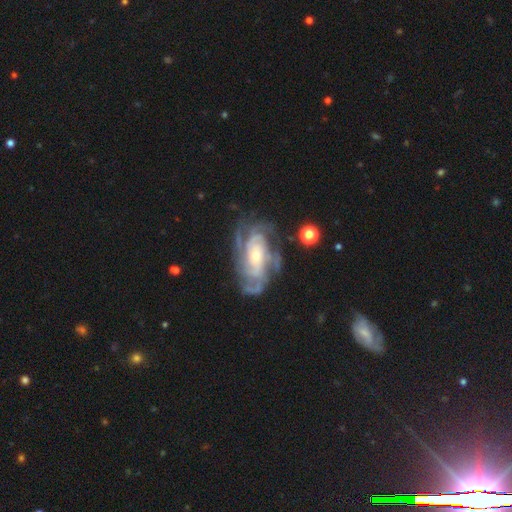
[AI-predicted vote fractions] This is clearly a featured or disk galaxy (88%). It is clearly not viewed edge-on (96%). Bar: likely no (63%). Spiral arm pattern: clearly yes (97%). Spiral arm count: marginally 4 (27%). Spiral winding: likely tight (62%). Central bulge: possibly small (59%). Merging: likely none (70%).